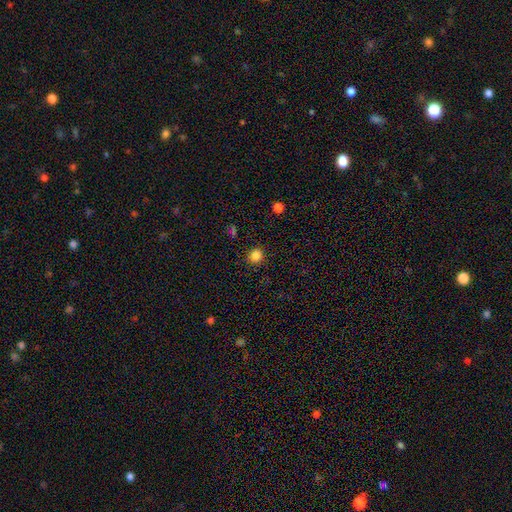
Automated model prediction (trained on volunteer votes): Smooth or featured? smooth (84%)
How rounded? round (85%)
Merging? none (90%)